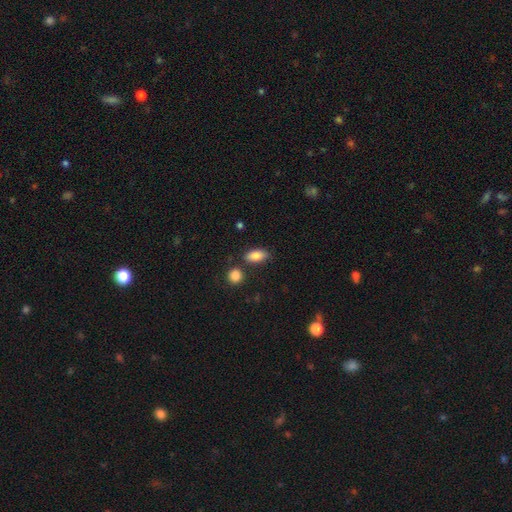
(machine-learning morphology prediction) Smooth or featured?
  - smooth: 85% *
  - featured or disk: 8%
  - star or artifact: 7%
How rounded?
  - in between: 88% *
  - cigar-shaped: 8%
  - round: 4%
Merging?
  - none: 78% *
  - minor disturbance: 12%
  - merger: 7%
  - major disturbance: 3%